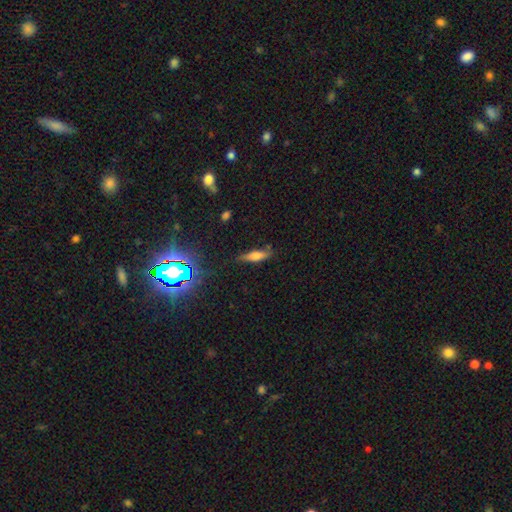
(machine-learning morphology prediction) This is possibly a smooth galaxy (60%). How rounded: likely cigar-shaped (60%). Merging: likely none (71%).